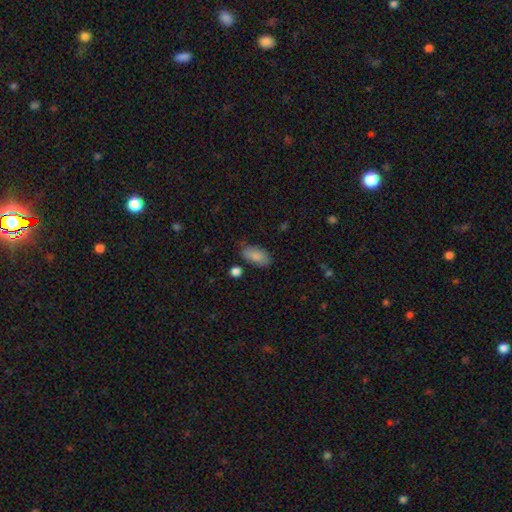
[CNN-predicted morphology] smooth_or_featured: smooth (p=0.85) [alt: featured or disk p=0.08]
how_rounded: in between (p=0.91) [alt: cigar-shaped p=0.05]
merging: none (p=0.70) [alt: minor disturbance p=0.21]